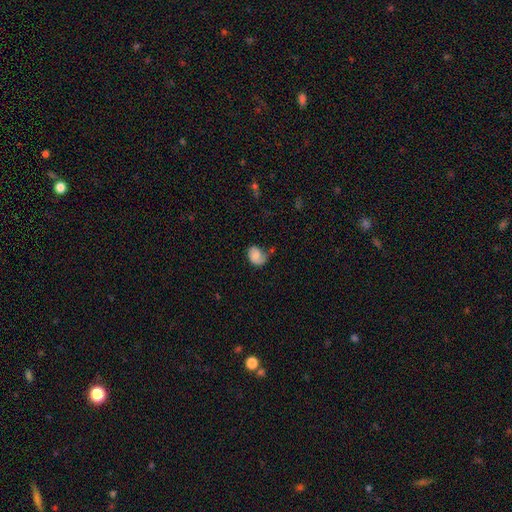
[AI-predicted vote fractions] Morphology: type=smooth (61%); roundness=in between (63%); merging=none (46%).